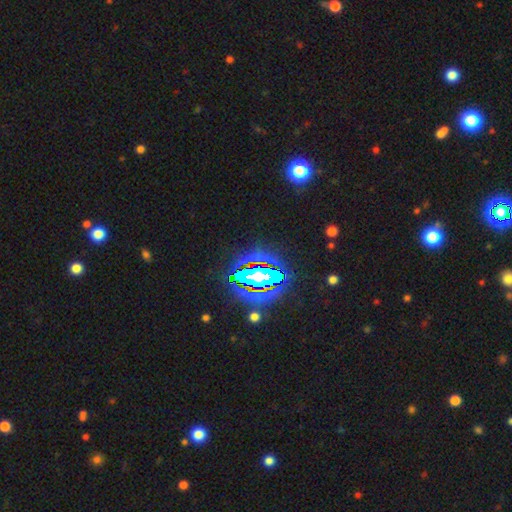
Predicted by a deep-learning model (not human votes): star or artifact 80%, smooth 11%, featured or disk 10%.